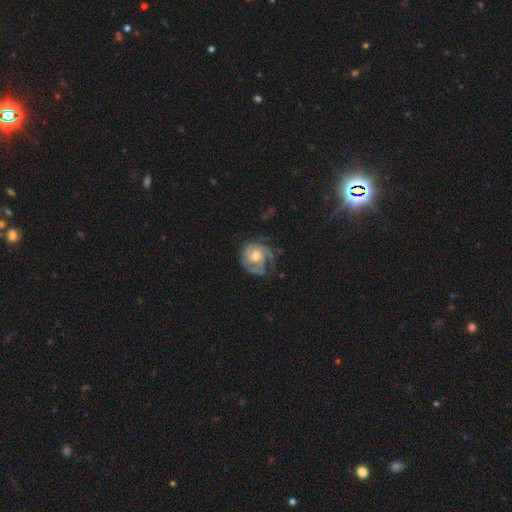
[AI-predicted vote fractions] This appears to be a featured or disk galaxy (81%) with no bar (70%), 2 (34%) tight (59%) spiral arms (95%) and a moderate central bulge (61%). Merging: none (65%).